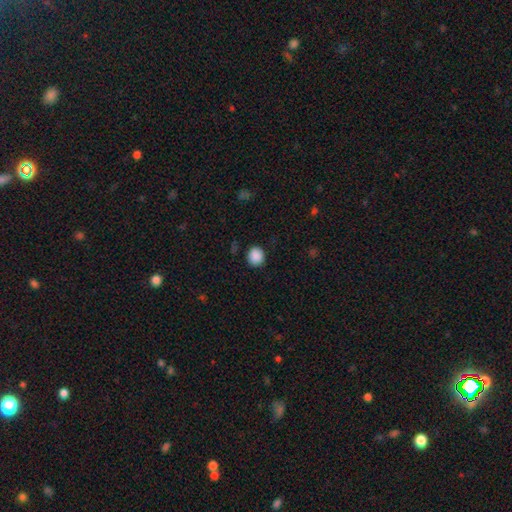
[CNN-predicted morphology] This is clearly a smooth galaxy (88%). How rounded: likely round (79%). Merging: clearly none (87%).